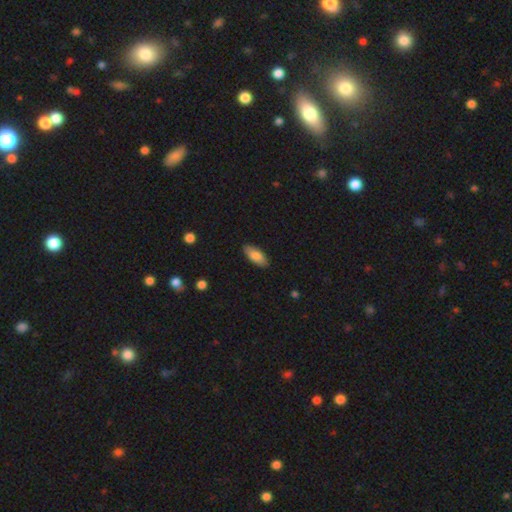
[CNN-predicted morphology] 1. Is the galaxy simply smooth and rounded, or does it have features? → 82% smooth, 12% featured or disk, 6% star or artifact.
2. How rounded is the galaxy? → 86% in between, 12% cigar-shaped, 2% round.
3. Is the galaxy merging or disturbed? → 86% none, 11% minor disturbance, 2% major disturbance, 1% merger.